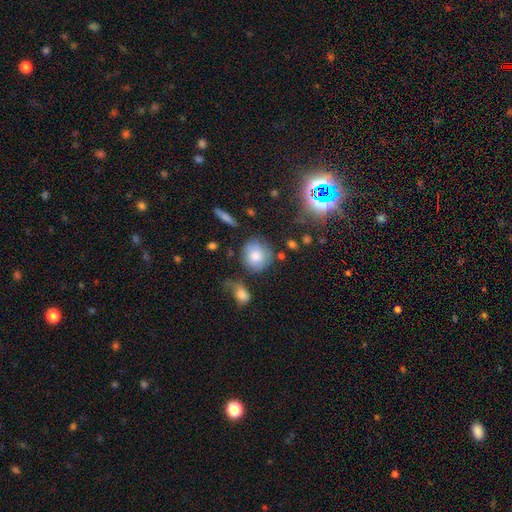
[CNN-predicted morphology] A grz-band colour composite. It shows a smooth galaxy with no disk features (71%) that is round (81%). Merging: none (65%).